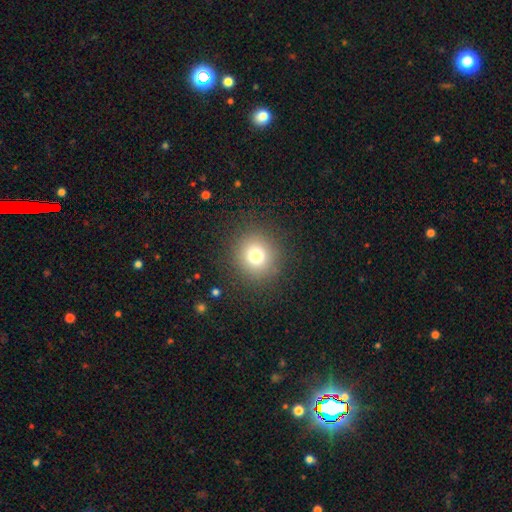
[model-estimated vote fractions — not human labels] Q: Smooth or featured?
A: smooth (75%); runner-up: star or artifact (15%)
Q: How rounded?
A: round (90%); runner-up: in between (9%)
Q: Merging?
A: none (88%); runner-up: minor disturbance (7%)